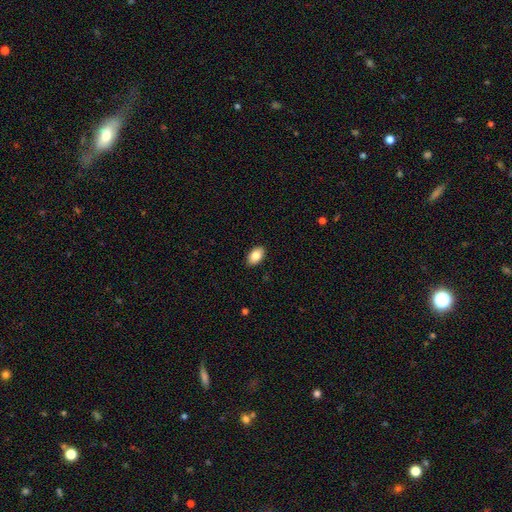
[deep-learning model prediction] smooth_or_featured: smooth (p=0.85) [alt: featured or disk p=0.08]
how_rounded: in between (p=0.92) [alt: round p=0.07]
merging: none (p=0.89) [alt: minor disturbance p=0.08]